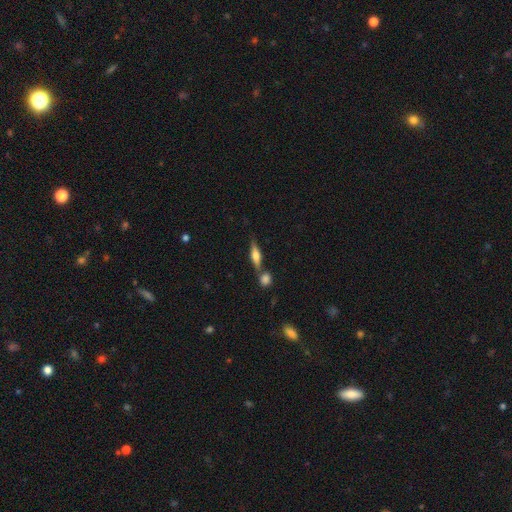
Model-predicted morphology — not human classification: The model was most divided on "smooth or featured": featured or disk: 48%, smooth: 44%, star or artifact: 8%. More confident: merging — none (65%).